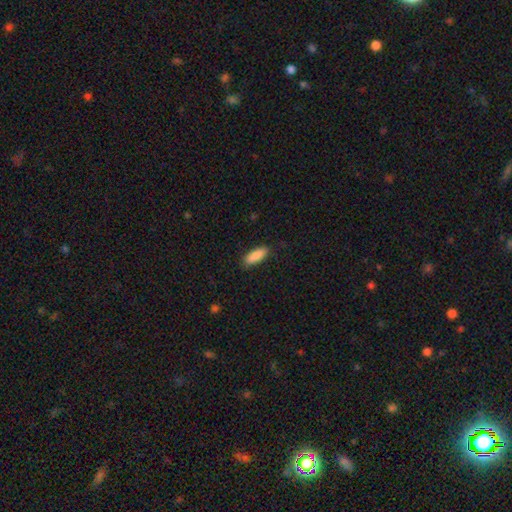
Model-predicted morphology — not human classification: Q: Smooth or featured?
A: smooth (90%); runner-up: star or artifact (6%)
Q: How rounded?
A: in between (61%); runner-up: cigar-shaped (37%)
Q: Merging?
A: none (87%); runner-up: minor disturbance (10%)